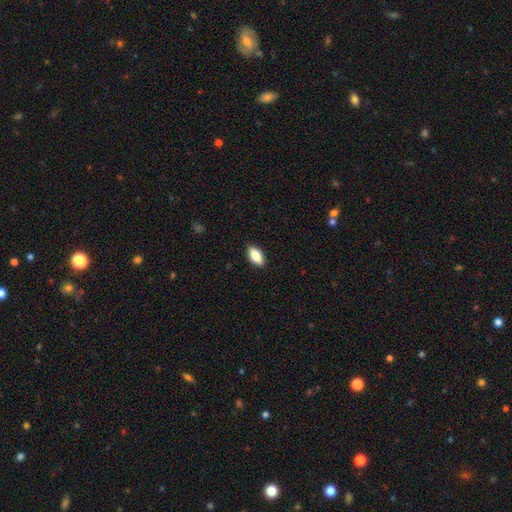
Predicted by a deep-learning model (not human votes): This is likely a smooth galaxy (78%). How rounded: clearly in between (85%). Merging: clearly none (88%).